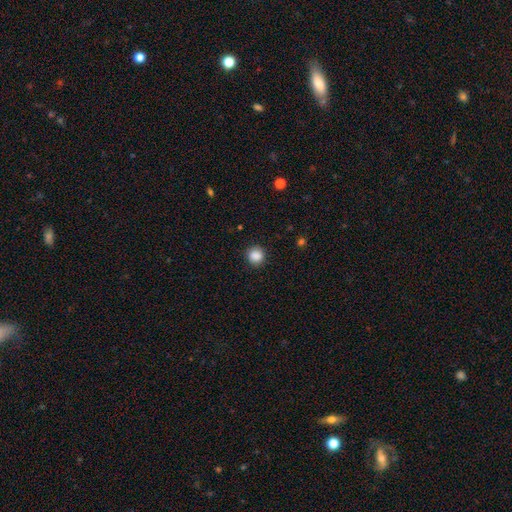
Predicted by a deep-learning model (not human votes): Smooth or featured?
  - smooth: 87% *
  - star or artifact: 10%
  - featured or disk: 3%
How rounded?
  - round: 89% *
  - in between: 10%
  - cigar-shaped: 1%
Merging?
  - none: 89% *
  - minor disturbance: 8%
  - major disturbance: 2%
  - merger: 1%